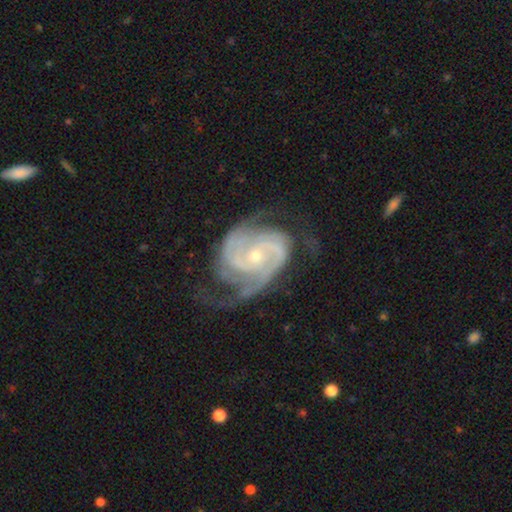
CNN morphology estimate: This appears to be a featured or disk galaxy (92%) with no bar (64%), 2 (59%) tight (52%) spiral arms (98%) and a small central bulge (64%). Merging: none (62%).